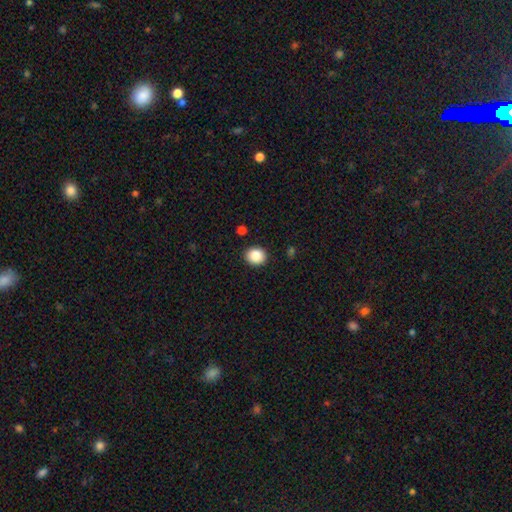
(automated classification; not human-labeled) Smooth or featured? smooth (88%)
How rounded? round (73%)
Merging? none (90%)